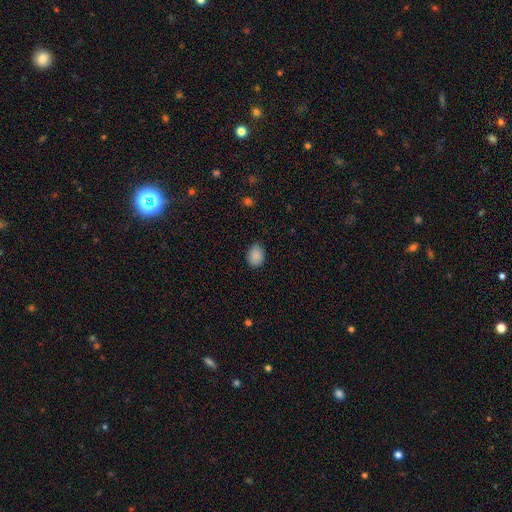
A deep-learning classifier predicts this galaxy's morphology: This is clearly a smooth galaxy (88%). How rounded: likely in between (66%). Merging: clearly none (84%).